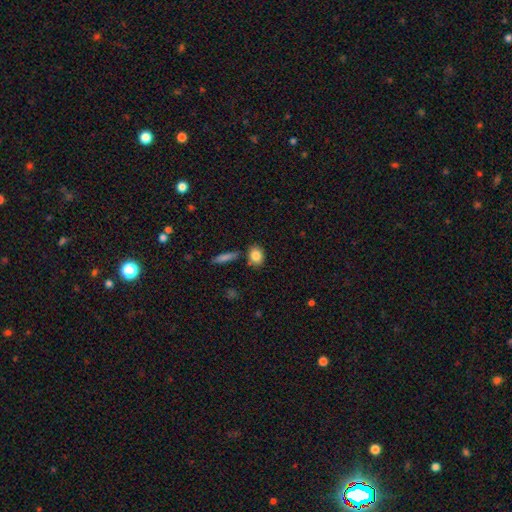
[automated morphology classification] A smooth galaxy with no disk features (84%) that is in between round and cigar-shaped (50%).

Vote fractions:
- Smooth or featured? smooth: 84% / star or artifact: 8% / featured or disk: 8%
- How rounded? in between: 50% / round: 47% / cigar-shaped: 3%
- Merging? none: 77% / minor disturbance: 11% / merger: 9% / major disturbance: 3%